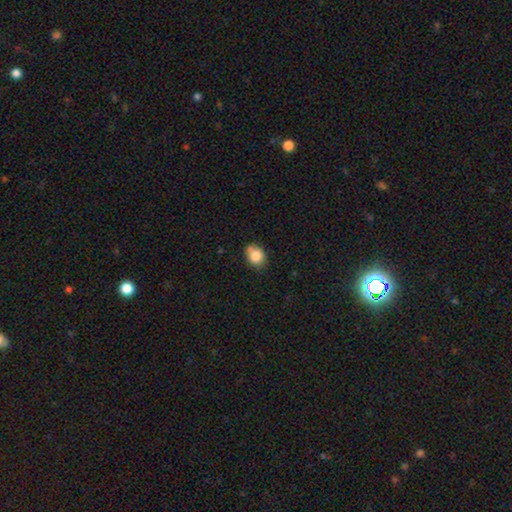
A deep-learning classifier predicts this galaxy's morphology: smooth 83%, star or artifact 9%, featured or disk 8%. Down the decision tree: how rounded — in between (60%); merging — none (66%).